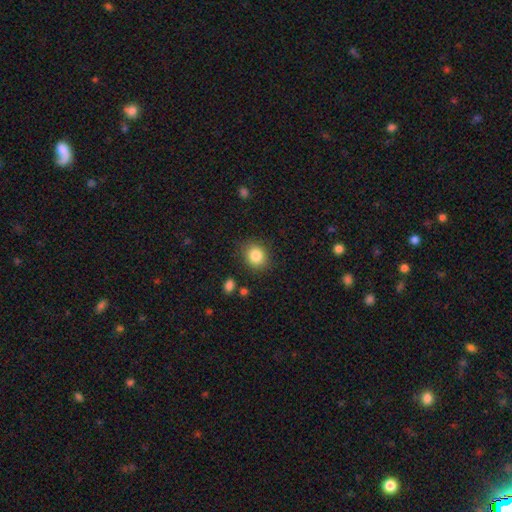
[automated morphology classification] A smooth galaxy with no disk features (85%) that is round (68%). Merging: none (85%).